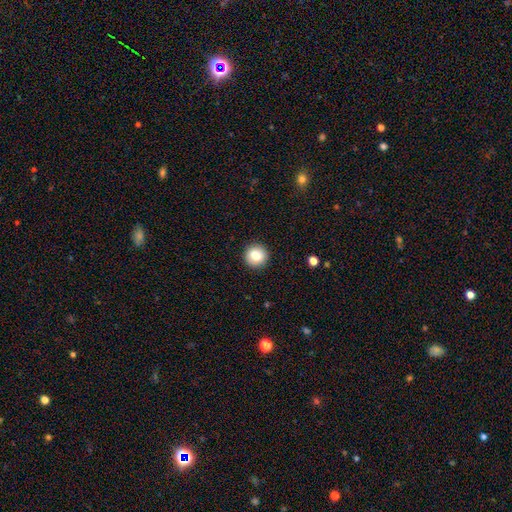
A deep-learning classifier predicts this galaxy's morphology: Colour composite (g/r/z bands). It shows a smooth galaxy with no disk features (81%) that is round (94%). Merging: none (92%).